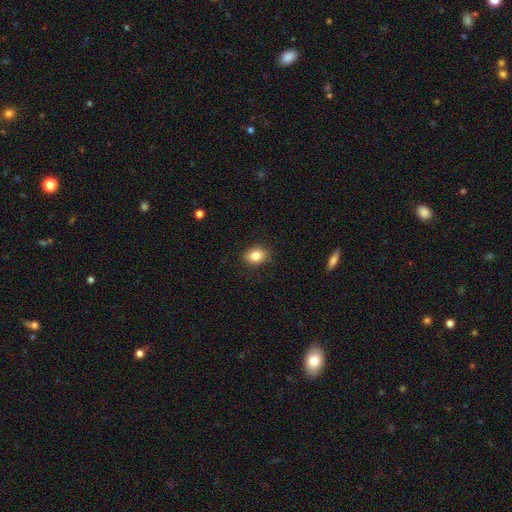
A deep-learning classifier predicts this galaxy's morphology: Overall: smooth (84%). How rounded: in between (66%; round 33%). Merging: none (88%).